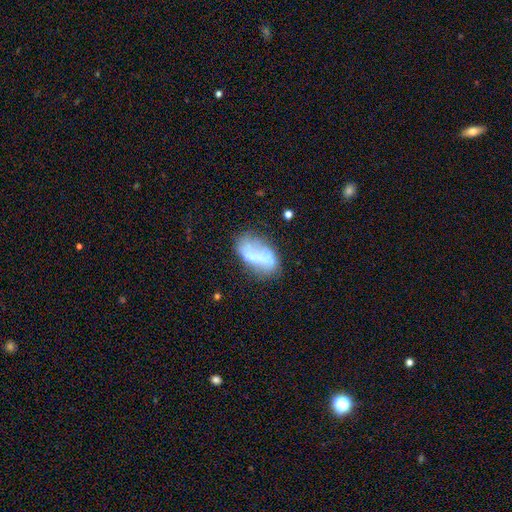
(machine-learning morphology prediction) Smooth or featured?
  - featured or disk: 49% *
  - smooth: 41%
  - star or artifact: 10%
Merging?
  - none: 39% *
  - minor disturbance: 24%
  - major disturbance: 19%
  - merger: 18%